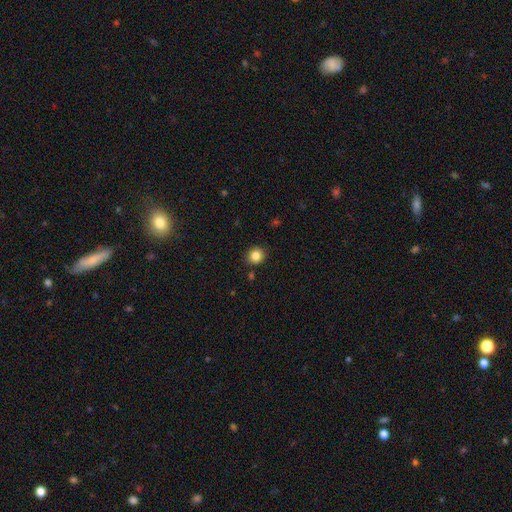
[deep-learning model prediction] Morphology: type=smooth (84%); roundness=round (84%); merging=none (88%).